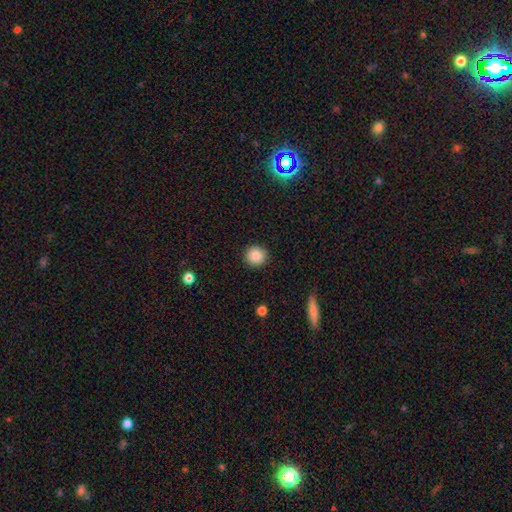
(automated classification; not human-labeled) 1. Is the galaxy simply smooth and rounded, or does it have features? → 85% smooth, 9% star or artifact, 5% featured or disk.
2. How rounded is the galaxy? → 93% round, 6% in between, 1% cigar-shaped.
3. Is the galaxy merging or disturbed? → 92% none, 5% minor disturbance, 2% major disturbance, 1% merger.